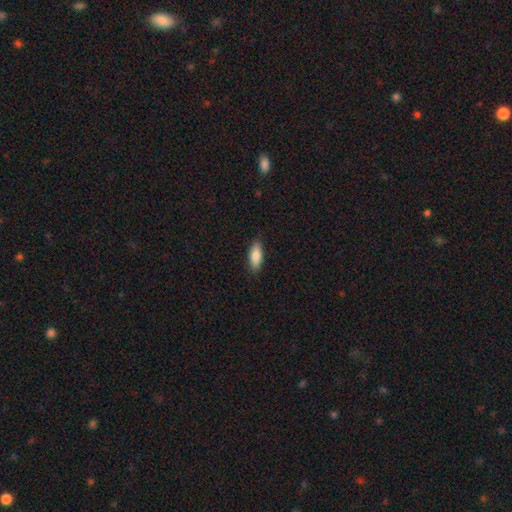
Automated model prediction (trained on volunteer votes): Morphology: type=smooth (84%); roundness=in between (70%); merging=none (87%).